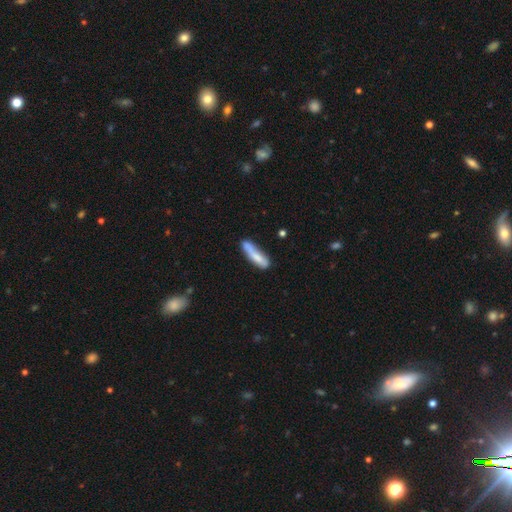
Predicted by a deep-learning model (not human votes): This appears to be a smooth galaxy with no disk features (71%) that is cigar-shaped (75%). Merging: none (56%).